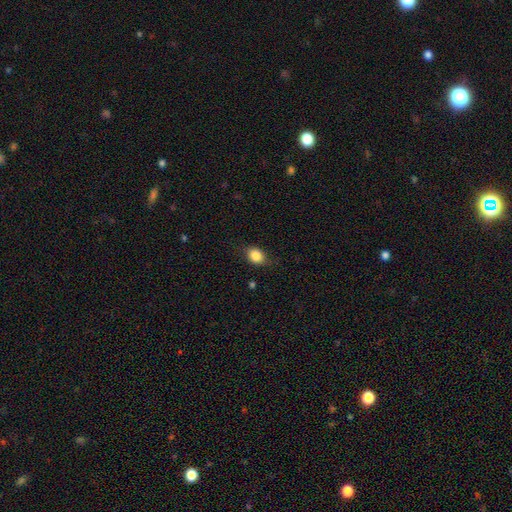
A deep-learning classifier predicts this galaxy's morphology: Smooth or featured? smooth (85%)
How rounded? in between (59%)
Merging? none (78%)